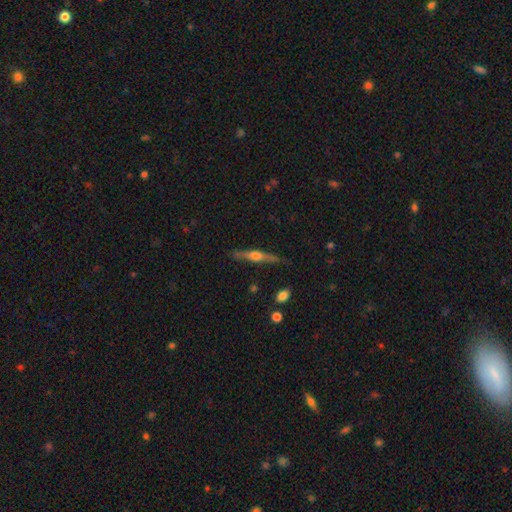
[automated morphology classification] Overall: featured or disk (69%). Edge-on disk: yes (97%). Edge-on bulge: rounded (86%). Merging: none (84%).